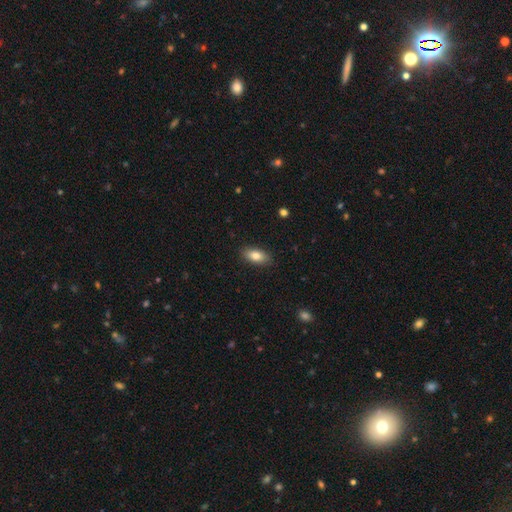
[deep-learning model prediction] A smooth galaxy with no disk features (83%) that is in between round and cigar-shaped (88%).

Vote fractions:
- Smooth or featured? smooth: 83% / featured or disk: 10% / star or artifact: 7%
- How rounded? in between: 88% / cigar-shaped: 8% / round: 4%
- Merging? none: 88% / minor disturbance: 9% / major disturbance: 2% / merger: 1%